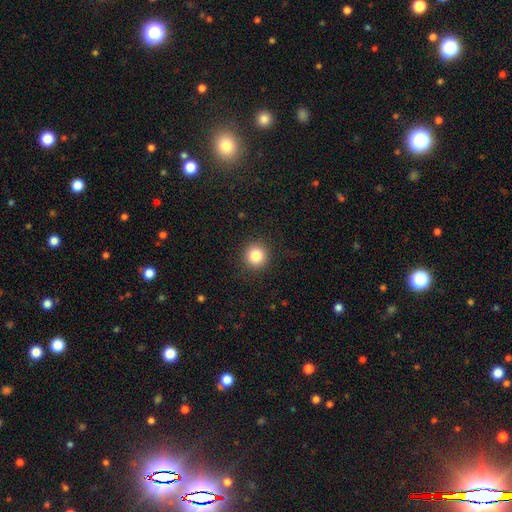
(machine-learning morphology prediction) This appears to be a smooth galaxy with no disk features (84%) that is round (93%). Merging: none (91%).